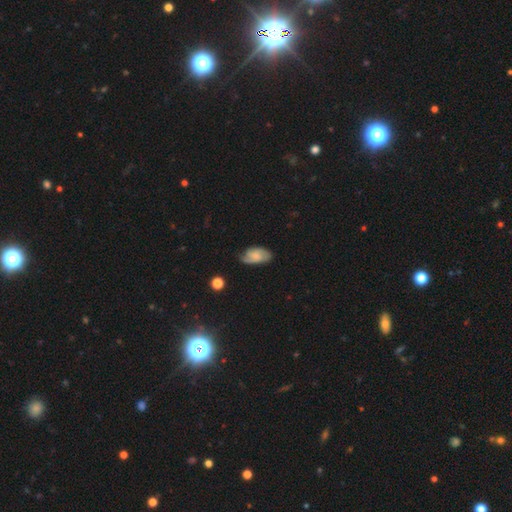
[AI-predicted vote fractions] This appears to be a featured or disk galaxy (55%) with no bar (63%), spiral arms (91%) and no central bulge (46%). Merging: none (70%).